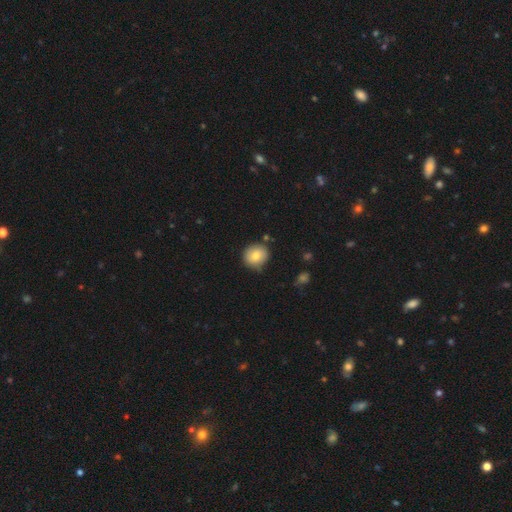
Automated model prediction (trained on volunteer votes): Smooth or featured? smooth (80%)
How rounded? round (86%)
Merging? none (80%)